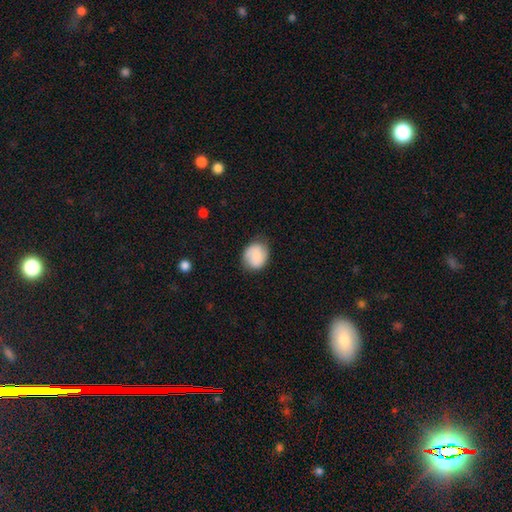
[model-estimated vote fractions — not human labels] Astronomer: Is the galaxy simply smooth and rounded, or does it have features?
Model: smooth — 75%.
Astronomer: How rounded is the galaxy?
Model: round — 61% (runner-up: in between, 38%).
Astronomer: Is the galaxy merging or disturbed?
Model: none — 74%.